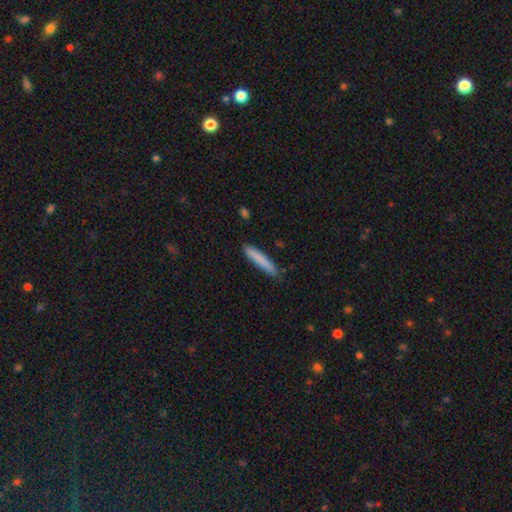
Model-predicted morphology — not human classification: A smooth galaxy with no disk features (82%) that is cigar-shaped (94%). Merging: none (86%).